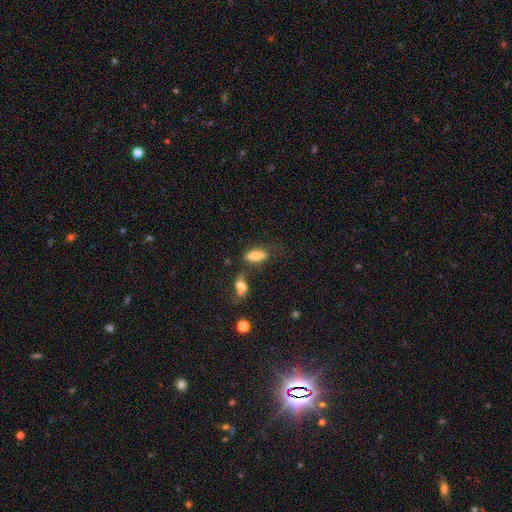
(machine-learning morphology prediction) smooth 79%, featured or disk 12%, star or artifact 9%. Down the decision tree: how rounded — in between (72%); merging — none (51%).